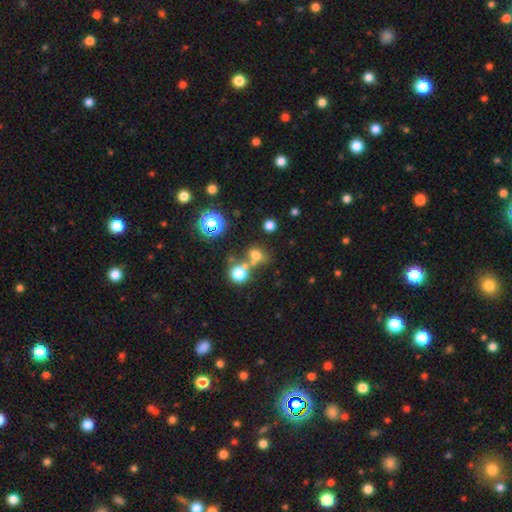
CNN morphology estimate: The model was most divided on "merging": none: 50%, merger: 33%, minor disturbance: 11%, major disturbance: 6%. More confident: smooth or featured — smooth (65%); how rounded — round (63%).